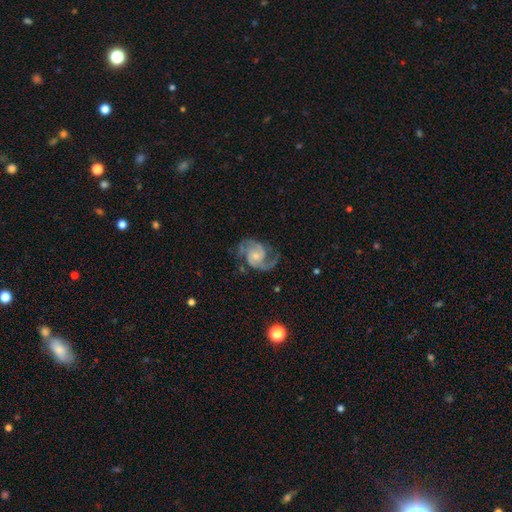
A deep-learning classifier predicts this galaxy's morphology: This is clearly a featured or disk galaxy (89%). It is clearly not viewed edge-on (98%). Bar: likely no (64%). Spiral arm pattern: clearly yes (98%). Spiral arm count: likely 2 (78%). Spiral winding: possibly medium (57%). Central bulge: possibly small (56%). Merging: likely none (69%).